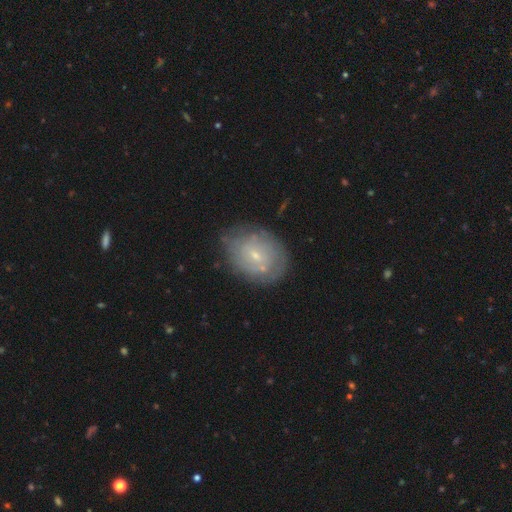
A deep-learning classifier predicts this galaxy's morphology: type=featured or disk (57%); edge-on=no (96%); bar=no (57%); spiral arms=yes (60%); bulge=small (75%); merging=none (68%).